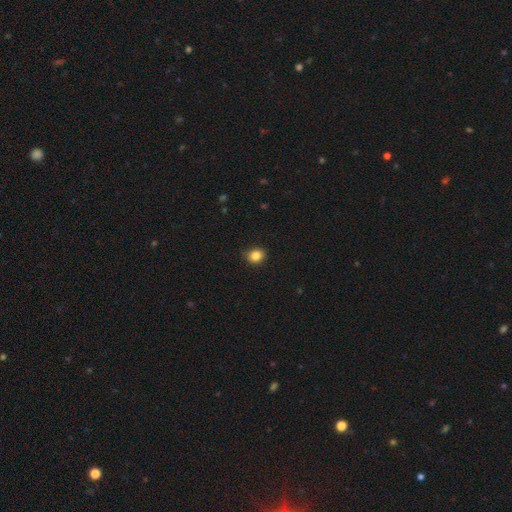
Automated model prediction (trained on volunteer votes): Q: Smooth or featured?
A: smooth (85%); runner-up: star or artifact (11%)
Q: How rounded?
A: round (73%); runner-up: in between (26%)
Q: Merging?
A: none (85%); runner-up: minor disturbance (12%)